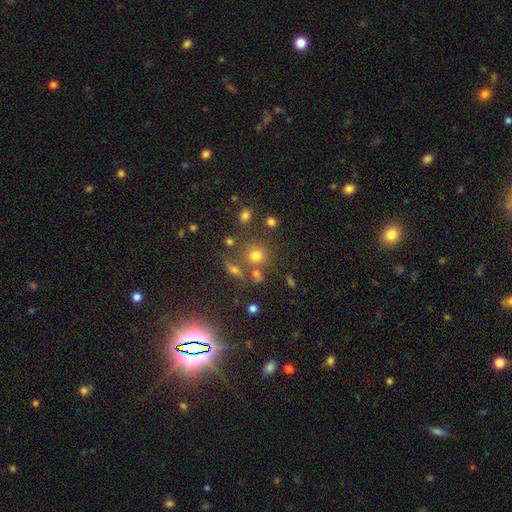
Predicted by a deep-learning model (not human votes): Smooth or featured? smooth (66%)
How rounded? round (87%)
Merging? none (70%)